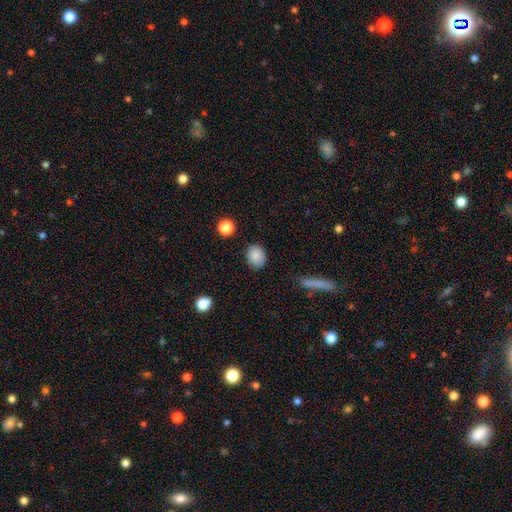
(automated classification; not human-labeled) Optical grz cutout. It shows a smooth galaxy with no disk features (87%) that is round (63%). Merging: none (86%).